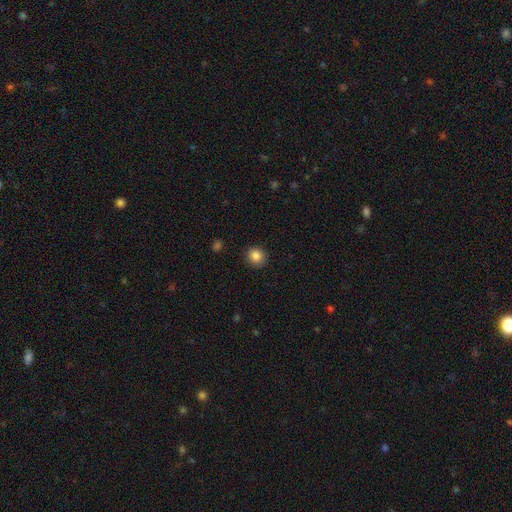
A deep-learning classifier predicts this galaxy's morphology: smooth 85%, star or artifact 10%, featured or disk 5%. Down the decision tree: how rounded — round (89%); merging — none (91%).